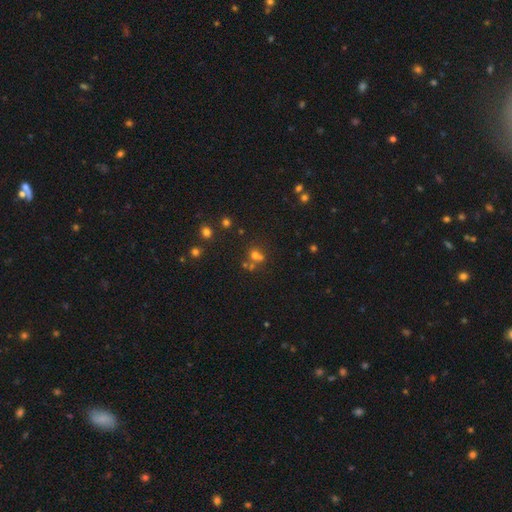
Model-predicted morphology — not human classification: Overall: smooth (59%; star or artifact 27%). How rounded: round (70%). Merging: none (47%; merger 36%).